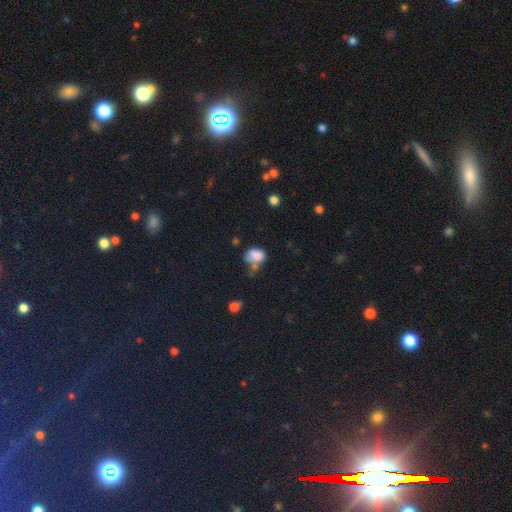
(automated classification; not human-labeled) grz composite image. It shows a smooth galaxy with no disk features (76%) that is in between round and cigar-shaped (70%). Merging: none (33%).